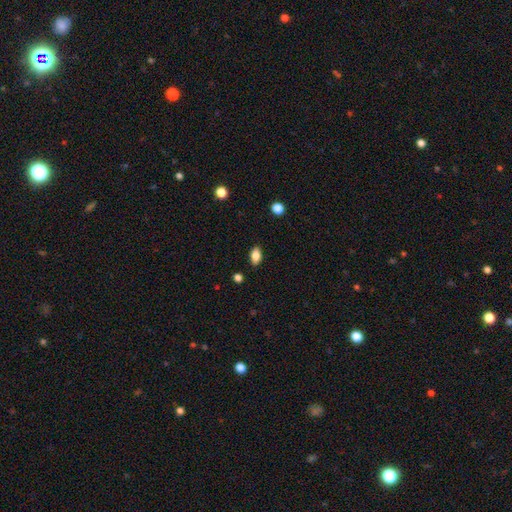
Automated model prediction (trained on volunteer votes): Overall: smooth (83%). How rounded: in between (89%). Merging: none (87%).